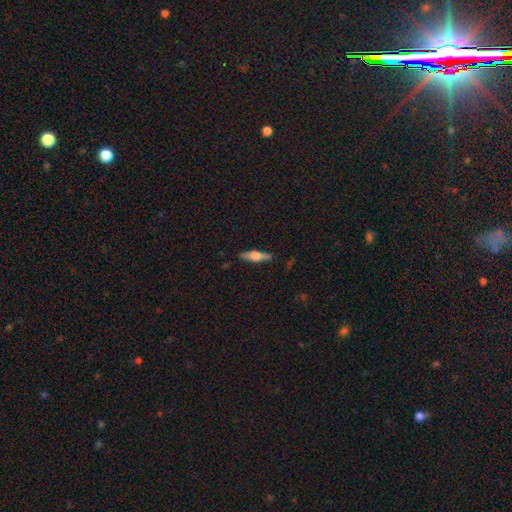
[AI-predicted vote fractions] Smooth or featured? featured or disk (48%)
Merging? none (87%)